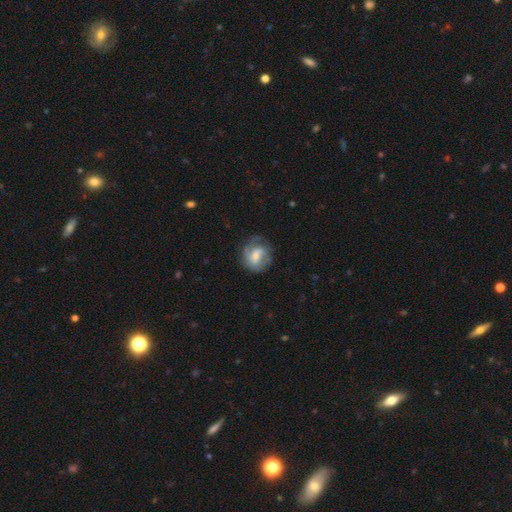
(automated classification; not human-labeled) Q: Smooth or featured?
A: featured or disk (57%); runner-up: smooth (36%)
Q: Edge-on disk?
A: no (97%); runner-up: yes (3%)
Q: Bar?
A: weak (46%); runner-up: no (38%)
Q: Spiral arms?
A: yes (79%); runner-up: no (21%)
Q: Bulge size?
A: moderate (42%); runner-up: small (38%)
Q: Merging?
A: none (62%); runner-up: minor disturbance (23%)